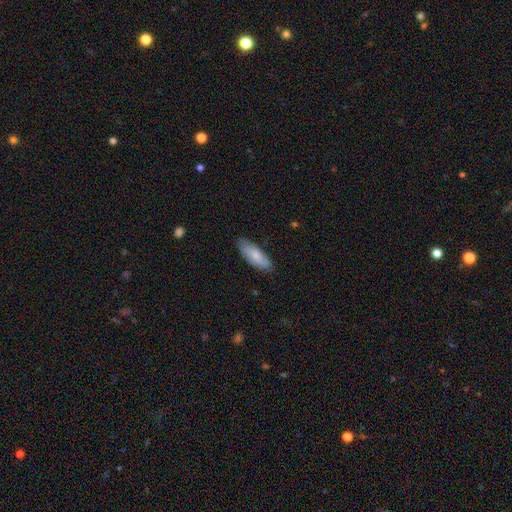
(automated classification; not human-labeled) Smooth or featured? Predicted: smooth (p=0.76). How rounded? Predicted: in between (p=0.64). Merging? Predicted: none (p=0.82).